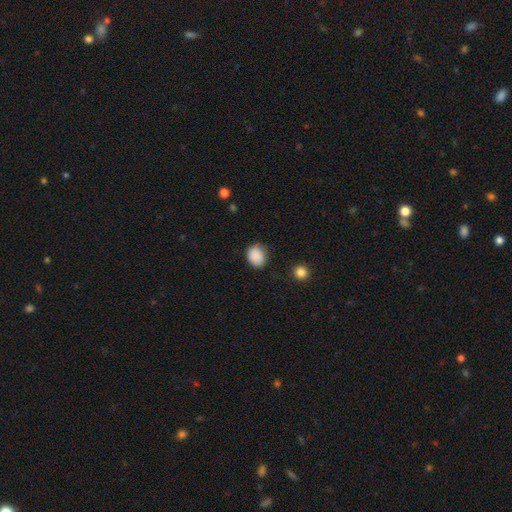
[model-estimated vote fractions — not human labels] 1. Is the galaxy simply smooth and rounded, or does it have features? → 87% smooth, 8% star or artifact, 4% featured or disk.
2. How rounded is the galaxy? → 54% round, 45% in between, 1% cigar-shaped.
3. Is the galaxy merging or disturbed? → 72% none, 22% minor disturbance, 5% major disturbance, 2% merger.